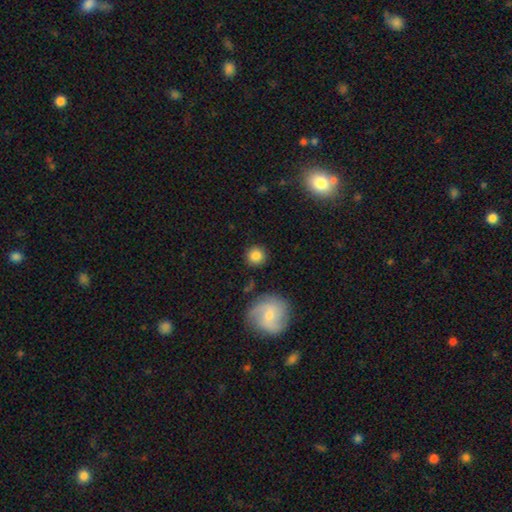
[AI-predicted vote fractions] A smooth galaxy with no disk features (84%) that is round (93%).

Vote fractions:
- Smooth or featured? smooth: 84% / star or artifact: 8% / featured or disk: 8%
- How rounded? round: 93% / in between: 6% / cigar-shaped: 1%
- Merging? none: 87% / minor disturbance: 8% / merger: 3% / major disturbance: 3%